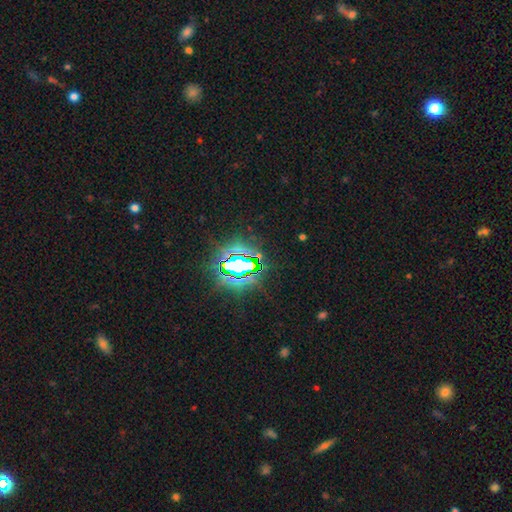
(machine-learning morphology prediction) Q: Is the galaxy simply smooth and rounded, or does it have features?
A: star or artifact — 79%.